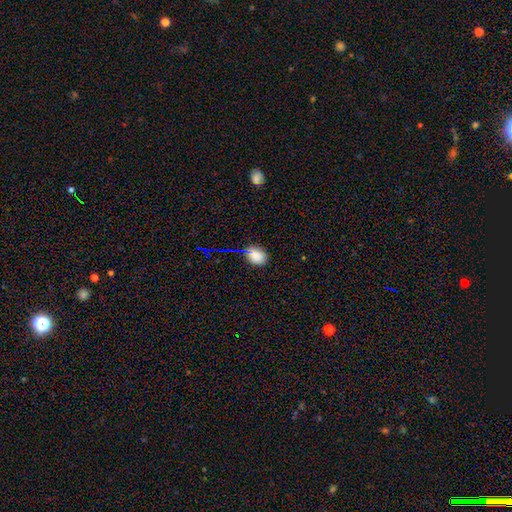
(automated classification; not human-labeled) Overall: smooth (81%). How rounded: in between (63%; round 35%). Merging: none (75%).